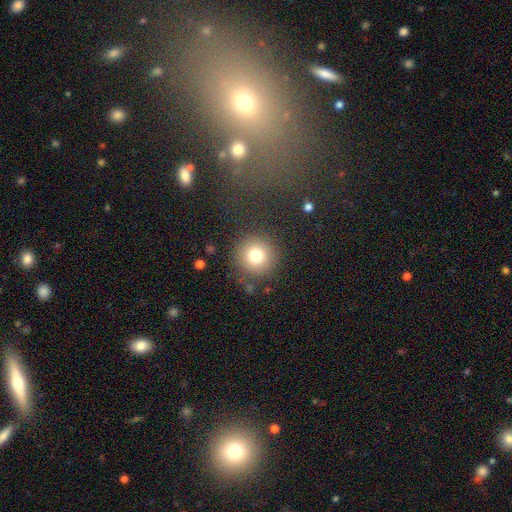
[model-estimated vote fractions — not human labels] A smooth galaxy with no disk features (77%) that is round (95%). Merging: none (87%).